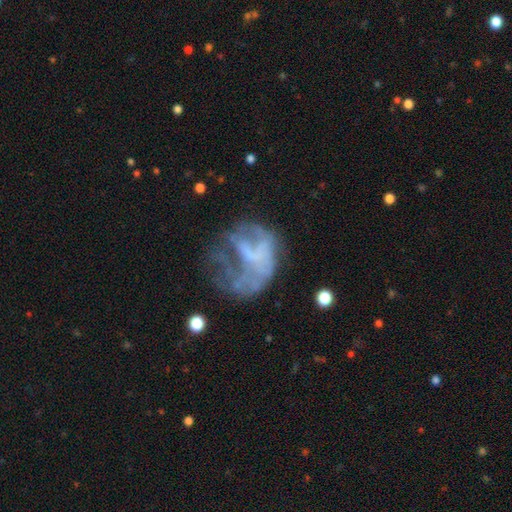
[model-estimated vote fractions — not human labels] Smooth or featured? Predicted: featured or disk (p=0.58). Edge-on disk? Predicted: no (p=0.98). Bar? Predicted: no (p=0.83). Spiral arms? Predicted: no (p=0.81). Bulge size? Predicted: none (p=0.76). Merging? Predicted: major disturbance (p=0.44).